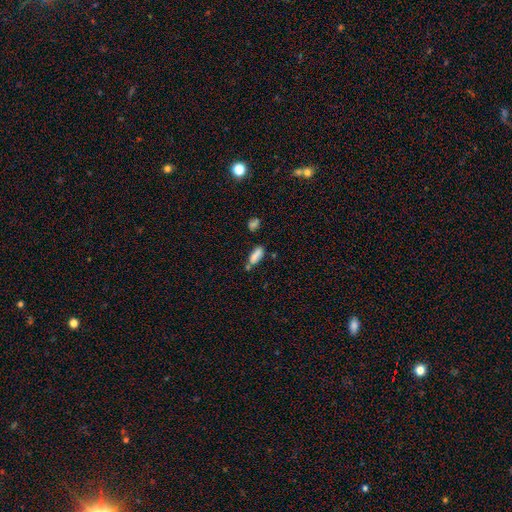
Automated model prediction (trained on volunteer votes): smooth-or-featured: smooth: 80% | featured or disk: 11% | star or artifact: 10%
  how-rounded: in between: 60% | cigar-shaped: 38% | round: 3%
  merging: none: 55% | minor disturbance: 21% | merger: 19% | major disturbance: 6%